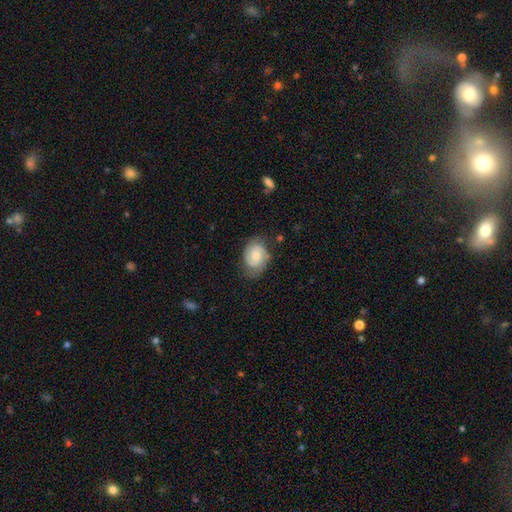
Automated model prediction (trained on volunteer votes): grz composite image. It shows a smooth galaxy with no disk features (47%). Merging: none (67%).